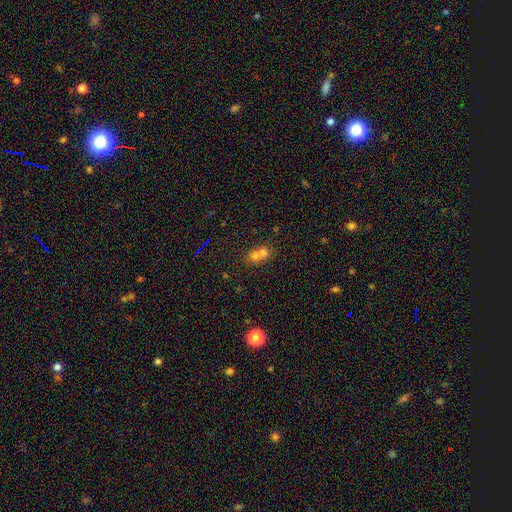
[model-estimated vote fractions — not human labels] A smooth galaxy with no disk features (64%) that is round (68%). Merging: merger (69%).